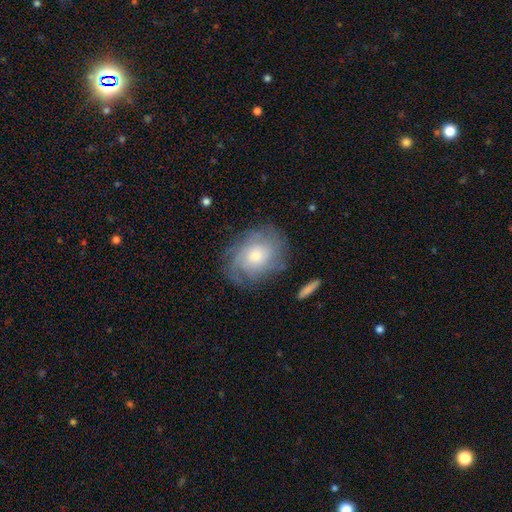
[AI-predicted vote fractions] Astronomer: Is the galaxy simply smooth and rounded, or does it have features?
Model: featured or disk — 65%.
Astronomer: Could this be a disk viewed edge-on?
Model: no — 96%.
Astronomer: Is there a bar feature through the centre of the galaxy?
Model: no — 81%.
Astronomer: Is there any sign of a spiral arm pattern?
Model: yes — 87%.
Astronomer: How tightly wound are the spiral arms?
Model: tight — 59%.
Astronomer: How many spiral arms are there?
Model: can't tell — 51%.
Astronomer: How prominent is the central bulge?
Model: moderate — 54% (runner-up: small, 35%).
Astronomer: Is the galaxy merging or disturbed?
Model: none — 73%.